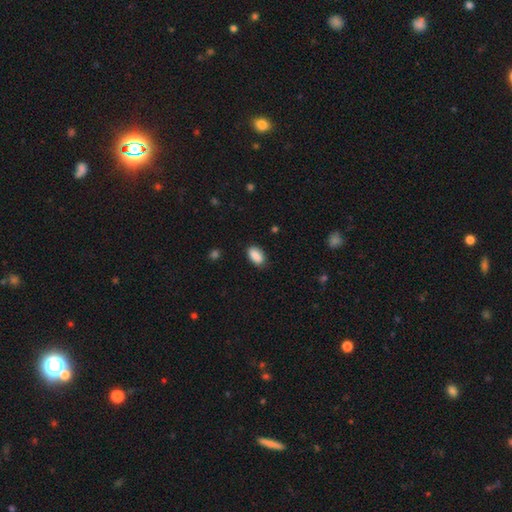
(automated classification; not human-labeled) Smooth or featured: smooth — 89% (star or artifact — 7%)
How rounded: in between — 92% (round — 4%)
Merging: none — 84% (minor disturbance — 12%)